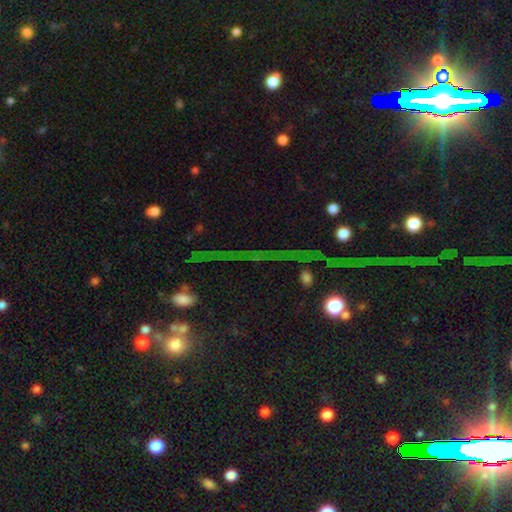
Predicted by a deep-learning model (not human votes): This is likely a star or artifact rather than a galaxy (73%).